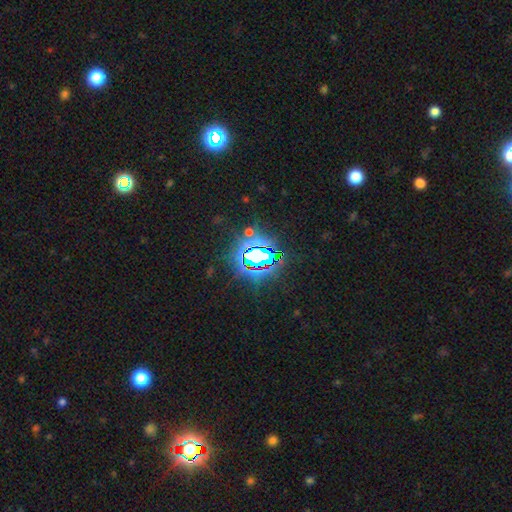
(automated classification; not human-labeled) The model was most divided on "smooth or featured": star or artifact: 78%, smooth: 12%, featured or disk: 10%.